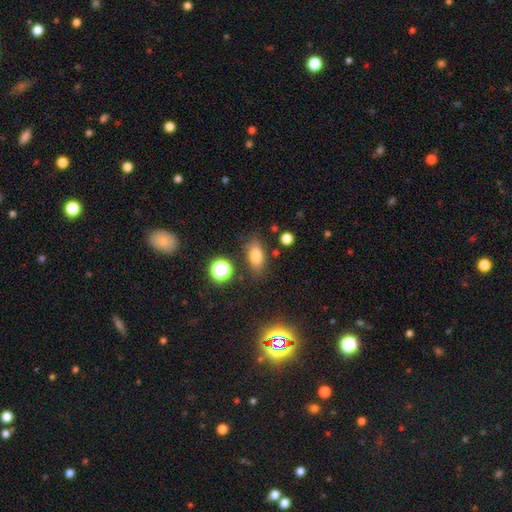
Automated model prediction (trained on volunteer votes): This appears to be a smooth galaxy with no disk features (77%) that is in between round and cigar-shaped (81%). Merging: none (79%).